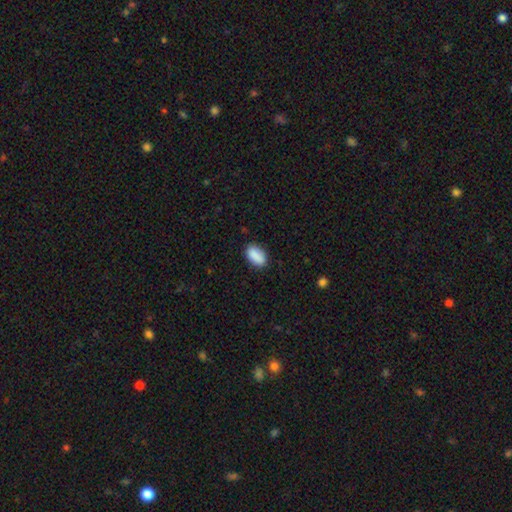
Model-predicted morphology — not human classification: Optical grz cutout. It shows a smooth galaxy with no disk features (90%) that is in between round and cigar-shaped (92%). Merging: none (86%).